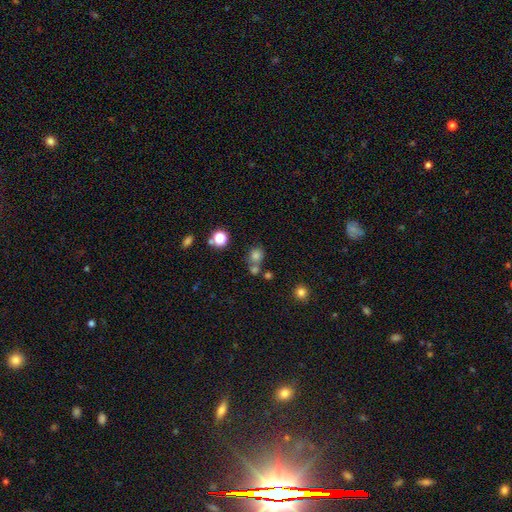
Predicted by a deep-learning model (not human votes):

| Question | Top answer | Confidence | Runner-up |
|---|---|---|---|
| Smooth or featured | smooth | 75% | star or artifact (17%) |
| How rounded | round | 78% | in between (21%) |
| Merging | none | 52% | merger (33%) |